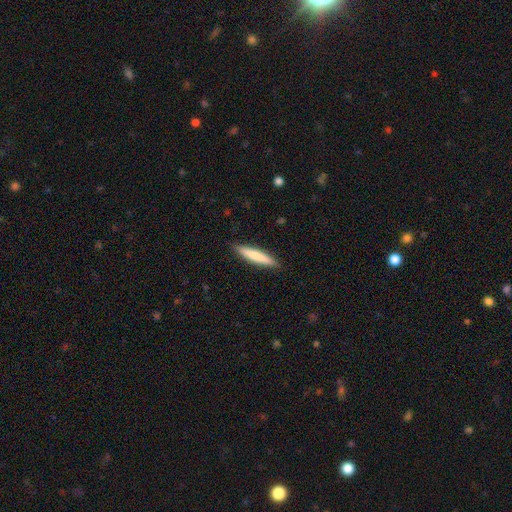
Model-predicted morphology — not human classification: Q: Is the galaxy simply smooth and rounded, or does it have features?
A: smooth — 75%.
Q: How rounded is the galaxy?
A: cigar-shaped — 92%.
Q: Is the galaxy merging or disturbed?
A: none — 90%.